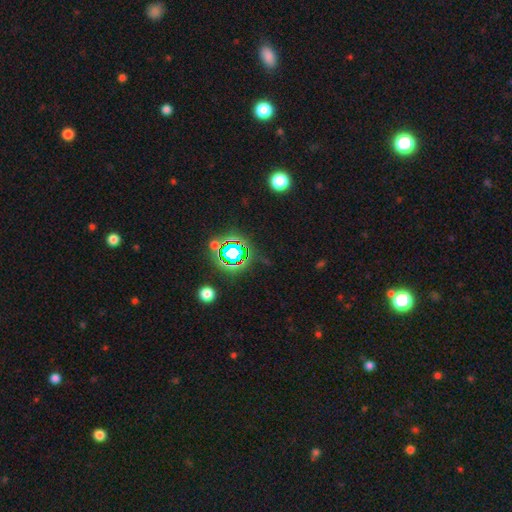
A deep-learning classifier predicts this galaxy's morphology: A star or artifact, not a galaxy (78%).

Vote fractions:
- Smooth or featured? star or artifact: 78% / smooth: 14% / featured or disk: 8%